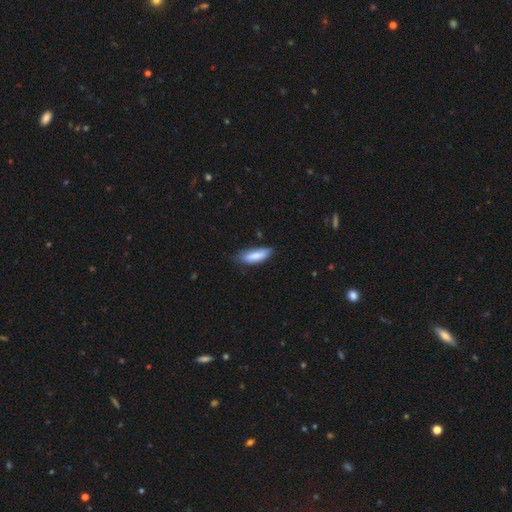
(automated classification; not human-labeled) Smooth or featured? Predicted: smooth (p=0.82). How rounded? Predicted: in between (p=0.60). Merging? Predicted: none (p=0.71).